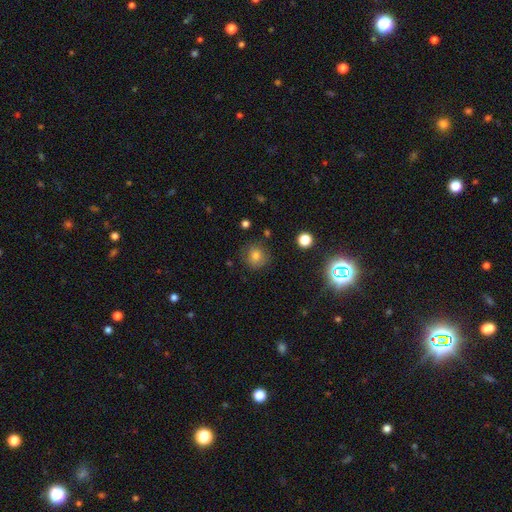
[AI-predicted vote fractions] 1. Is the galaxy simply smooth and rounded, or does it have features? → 78% smooth, 13% star or artifact, 9% featured or disk.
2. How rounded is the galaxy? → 88% round, 11% in between, 1% cigar-shaped.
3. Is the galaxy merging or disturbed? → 81% none, 13% minor disturbance, 4% major disturbance, 2% merger.